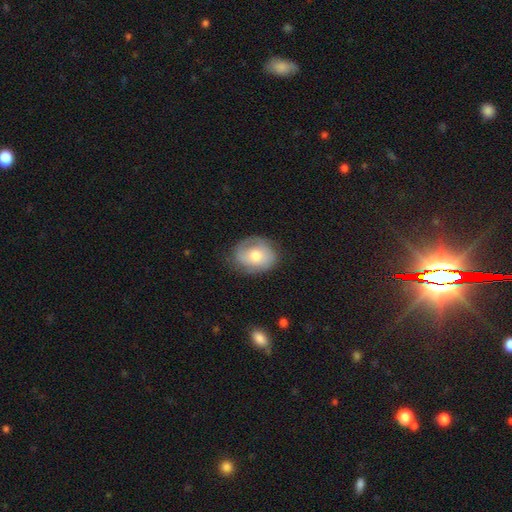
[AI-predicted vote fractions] featured or disk 47%, smooth 46%, star or artifact 7%. Down the decision tree: merging — none (68%).